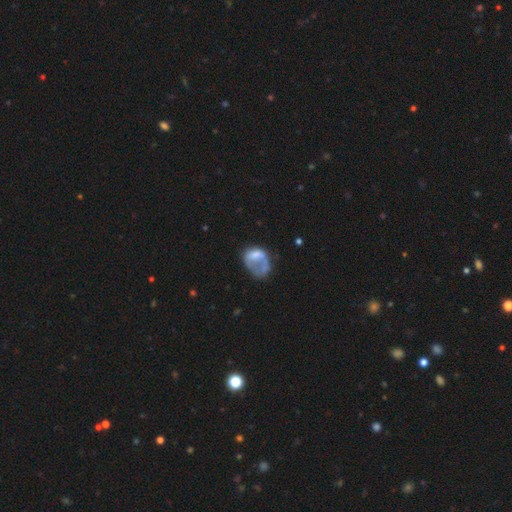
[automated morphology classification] The model was most divided on "smooth or featured": smooth: 53%, featured or disk: 37%, star or artifact: 10%. Remaining: how rounded — in between (67%); merging — major disturbance (46%).